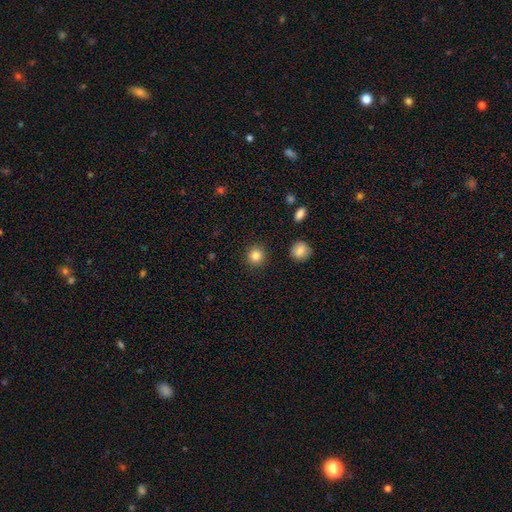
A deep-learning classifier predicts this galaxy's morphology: A smooth galaxy with no disk features (83%) that is round (93%). Merging: none (91%).